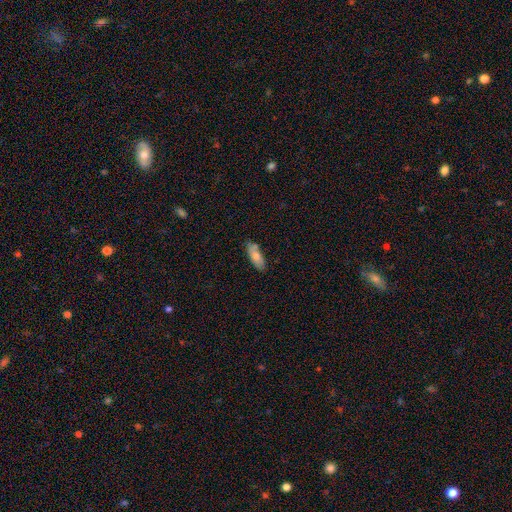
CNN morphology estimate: A smooth galaxy with no disk features (71%) that is in between round and cigar-shaped (73%).

Vote fractions:
- Smooth or featured? smooth: 71% / featured or disk: 22% / star or artifact: 7%
- How rounded? in between: 73% / cigar-shaped: 25% / round: 2%
- Merging? none: 72% / minor disturbance: 19% / merger: 5% / major disturbance: 3%